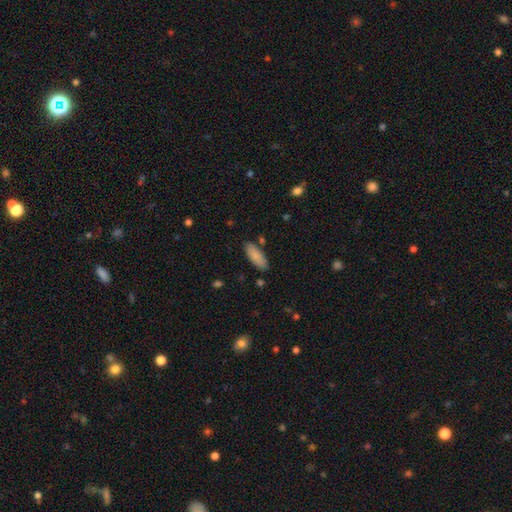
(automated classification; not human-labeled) The model was most divided on "how rounded": in between: 73%, cigar-shaped: 26%, round: 2%. More confident: smooth or featured — smooth (85%); merging — none (83%).